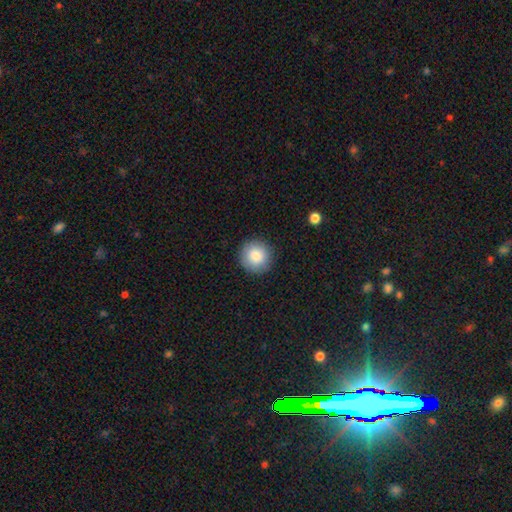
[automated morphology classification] smooth_or_featured: smooth (p=0.85) [alt: star or artifact p=0.08]
how_rounded: round (p=0.94) [alt: in between p=0.05]
merging: none (p=0.90) [alt: minor disturbance p=0.07]